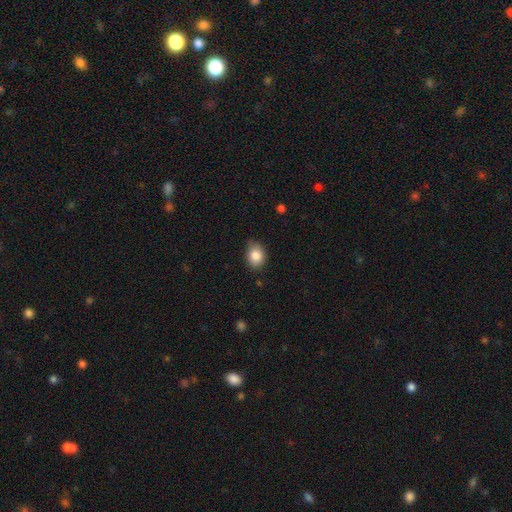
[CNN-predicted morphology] smooth 85%, star or artifact 8%, featured or disk 7%. Down the decision tree: how rounded — in between (60%); merging — none (69%).